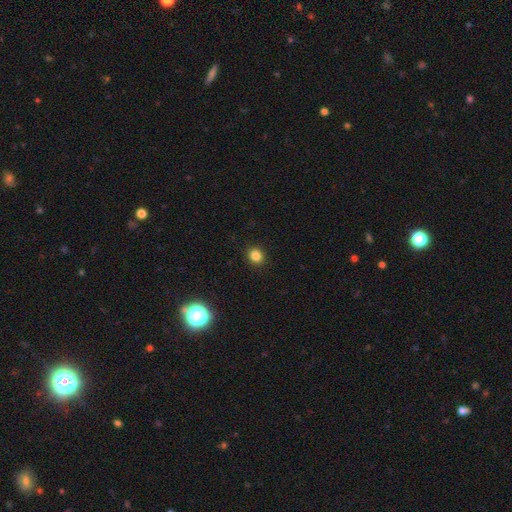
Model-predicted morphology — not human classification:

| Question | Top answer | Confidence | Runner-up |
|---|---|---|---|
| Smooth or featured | smooth | 83% | star or artifact (13%) |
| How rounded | round | 80% | in between (19%) |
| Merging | none | 92% | minor disturbance (5%) |